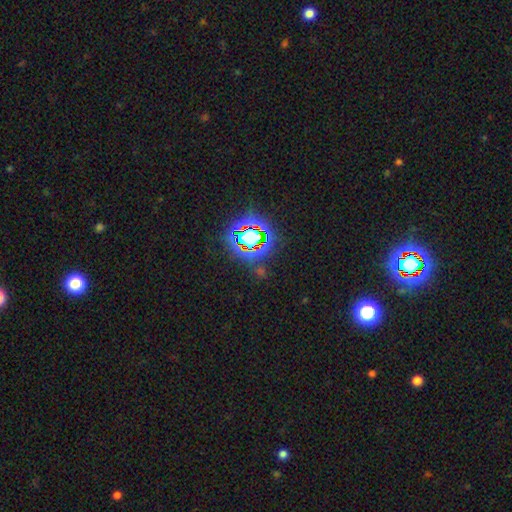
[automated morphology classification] smooth_or_featured: star or artifact (p=0.80) [alt: smooth p=0.13]